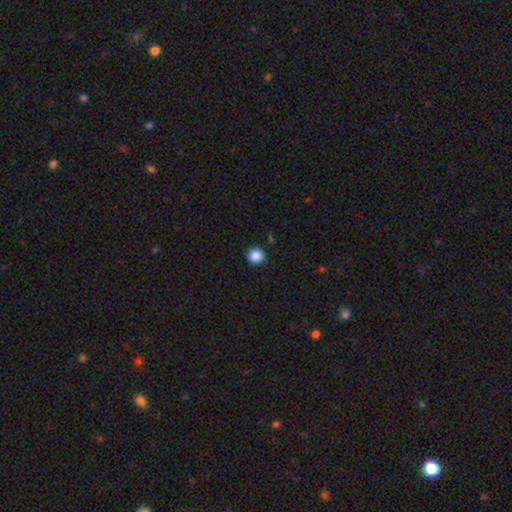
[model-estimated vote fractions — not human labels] A smooth galaxy with no disk features (88%) that is round (92%). Merging: none (91%).